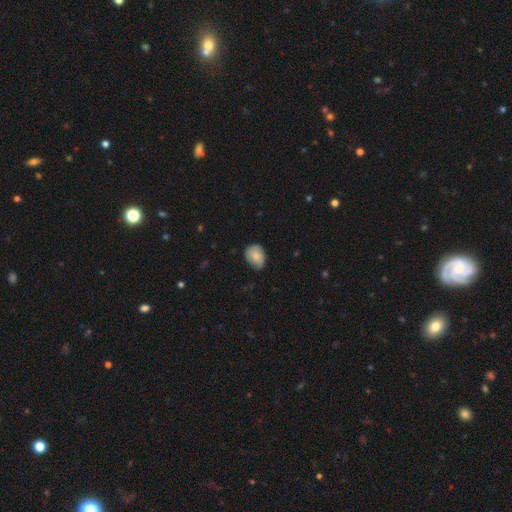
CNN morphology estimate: Q: Smooth or featured?
A: smooth (78%); runner-up: featured or disk (15%)
Q: How rounded?
A: in between (57%); runner-up: round (42%)
Q: Merging?
A: none (59%); runner-up: minor disturbance (34%)